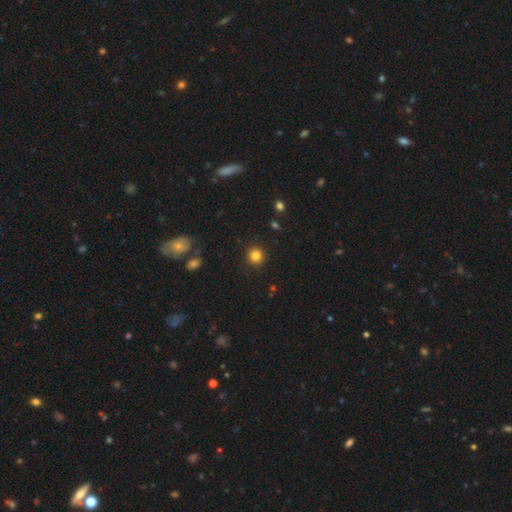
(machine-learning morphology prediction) type=smooth (82%); roundness=round (93%); merging=none (92%).